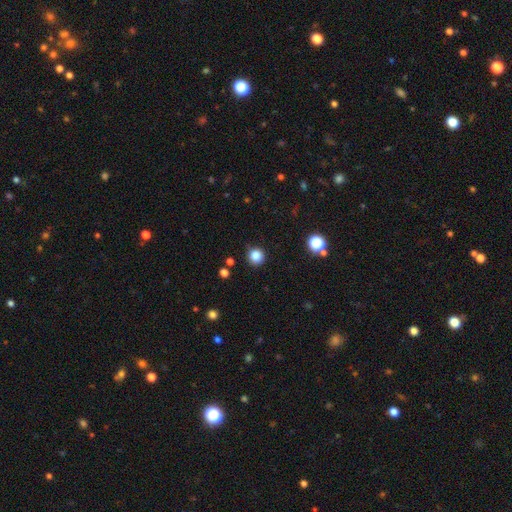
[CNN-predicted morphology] Smooth or featured? Predicted: smooth (p=0.83). How rounded? Predicted: round (p=0.95). Merging? Predicted: none (p=0.89).